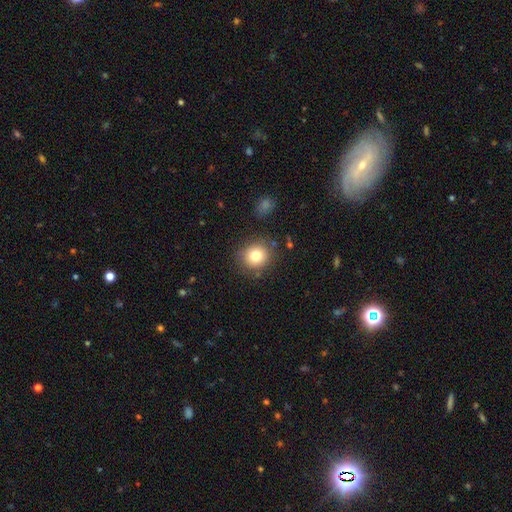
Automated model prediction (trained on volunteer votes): smooth_or_featured: smooth (p=0.80) [alt: star or artifact p=0.11]
how_rounded: round (p=0.81) [alt: in between p=0.18]
merging: none (p=0.82) [alt: minor disturbance p=0.11]